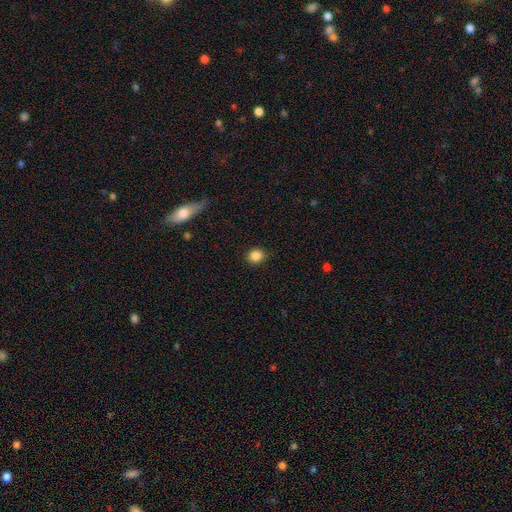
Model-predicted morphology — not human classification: Smooth or featured: smooth — 86% (star or artifact — 10%)
How rounded: round — 85% (in between — 14%)
Merging: none — 87% (minor disturbance — 10%)